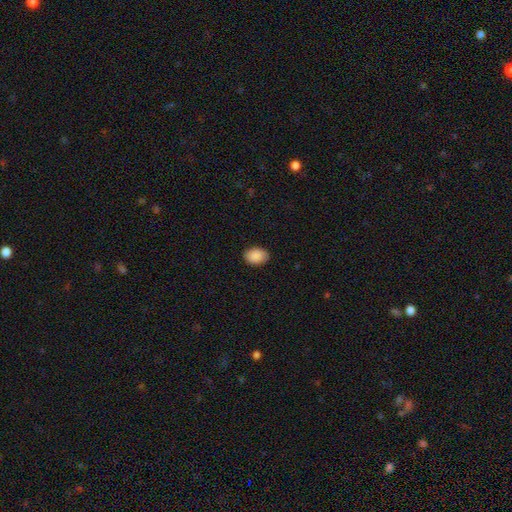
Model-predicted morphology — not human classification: A smooth galaxy with no disk features (90%) that is in between round and cigar-shaped (80%). Merging: none (87%).